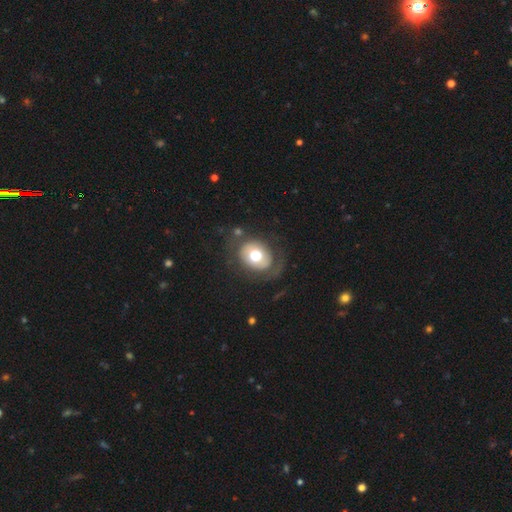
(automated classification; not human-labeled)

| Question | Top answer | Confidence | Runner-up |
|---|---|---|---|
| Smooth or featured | smooth | 49% | featured or disk (43%) |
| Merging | none | 63% | minor disturbance (17%) |